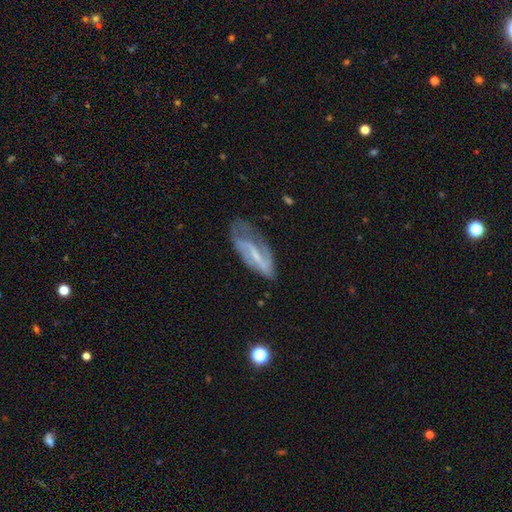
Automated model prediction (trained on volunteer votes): Q: Smooth or featured?
A: featured or disk (69%); runner-up: smooth (22%)
Q: Edge-on disk?
A: no (87%); runner-up: yes (13%)
Q: Bar?
A: strong (41%); runner-up: weak (38%)
Q: Spiral arms?
A: yes (79%); runner-up: no (21%)
Q: Bulge size?
A: small (50%); runner-up: none (28%)
Q: Merging?
A: none (48%); runner-up: minor disturbance (28%)